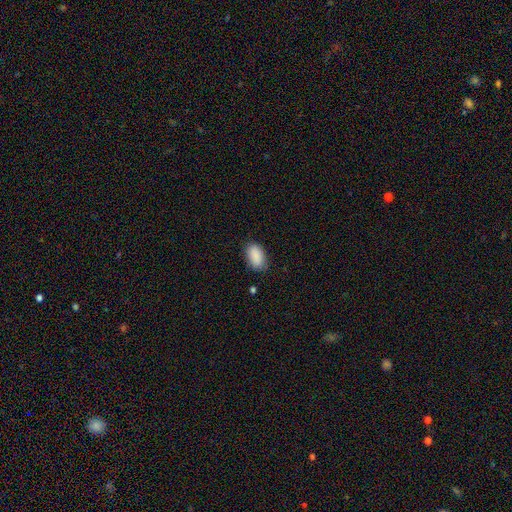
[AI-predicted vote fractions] Smooth or featured? smooth (90%)
How rounded? in between (93%)
Merging? none (82%)